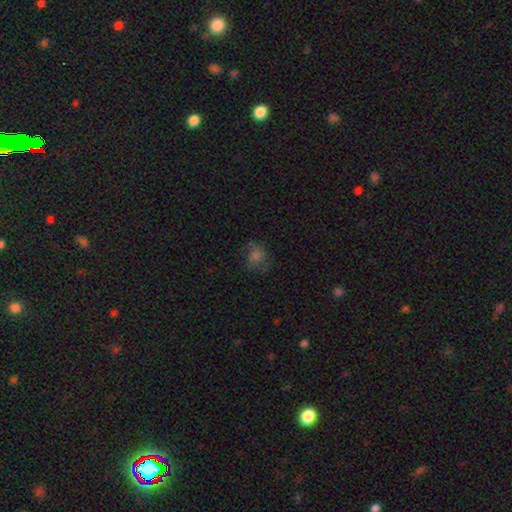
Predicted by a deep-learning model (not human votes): A smooth galaxy with no disk features (56%) that is round (67%). Merging: none (64%).